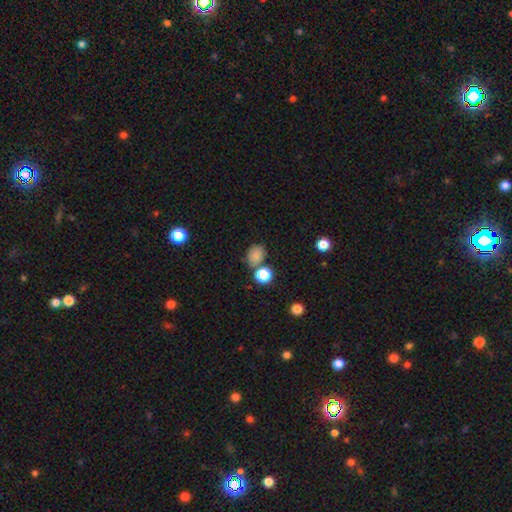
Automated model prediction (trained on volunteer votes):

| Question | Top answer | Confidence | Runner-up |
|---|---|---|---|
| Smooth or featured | smooth | 79% | star or artifact (15%) |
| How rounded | in between | 52% | round (47%) |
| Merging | none | 66% | minor disturbance (15%) |